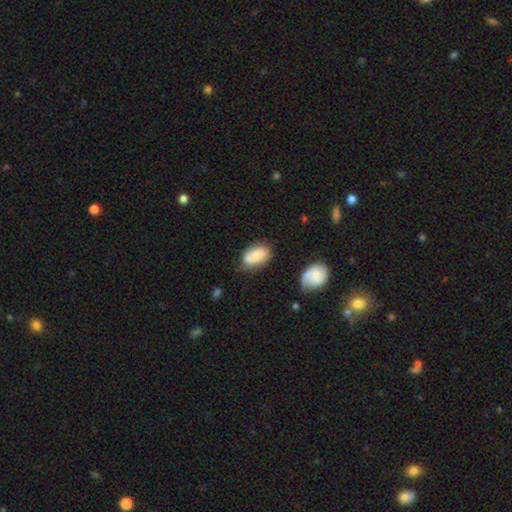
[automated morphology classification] Smooth or featured? smooth (68%)
How rounded? in between (90%)
Merging? none (54%)